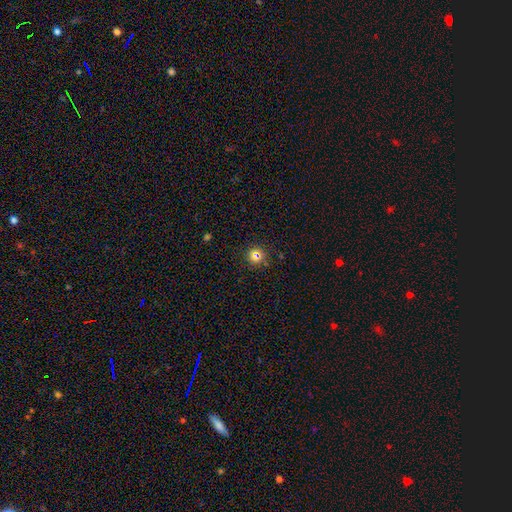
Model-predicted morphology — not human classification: smooth 70%, star or artifact 21%, featured or disk 10%. Down the decision tree: how rounded — round (94%); merging — none (88%).